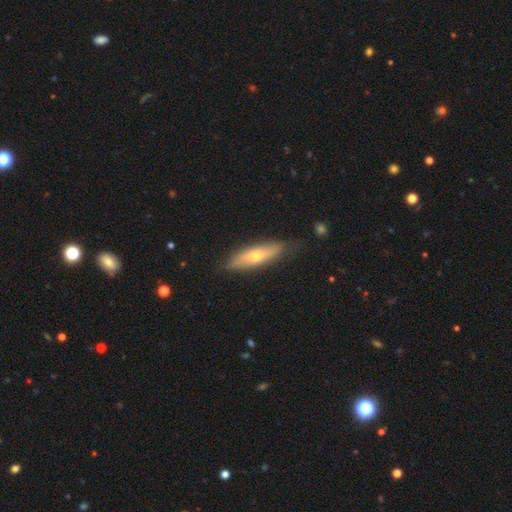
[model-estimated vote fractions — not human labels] smooth 51%, featured or disk 43%, star or artifact 6%. Down the decision tree: how rounded — cigar-shaped (62%); merging — none (81%).